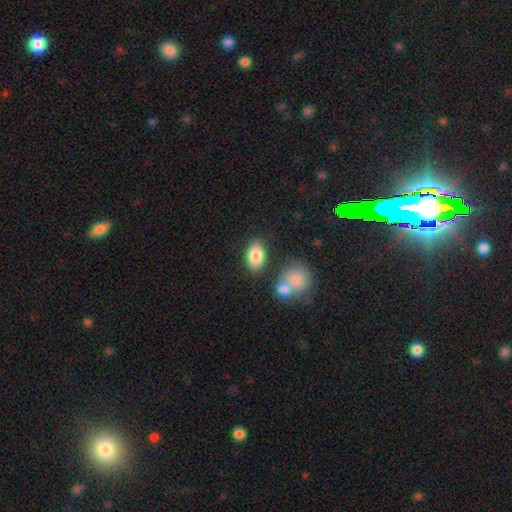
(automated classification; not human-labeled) Morphology: type=smooth (85%); roundness=in between (90%); merging=none (78%).